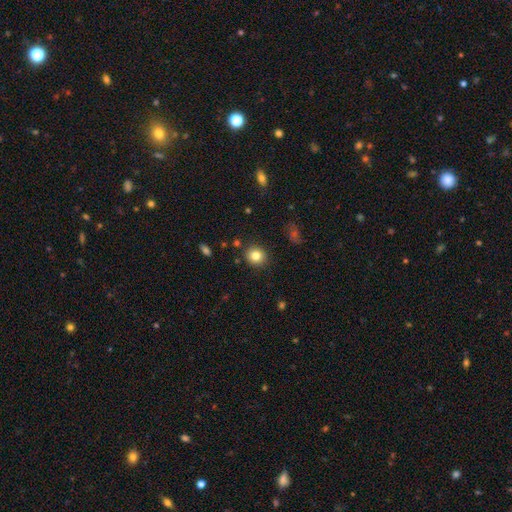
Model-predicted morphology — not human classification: smooth-or-featured: smooth: 82% | star or artifact: 11% | featured or disk: 7%
  how-rounded: round: 86% | in between: 13% | cigar-shaped: 1%
  merging: none: 89% | minor disturbance: 7% | major disturbance: 2% | merger: 2%